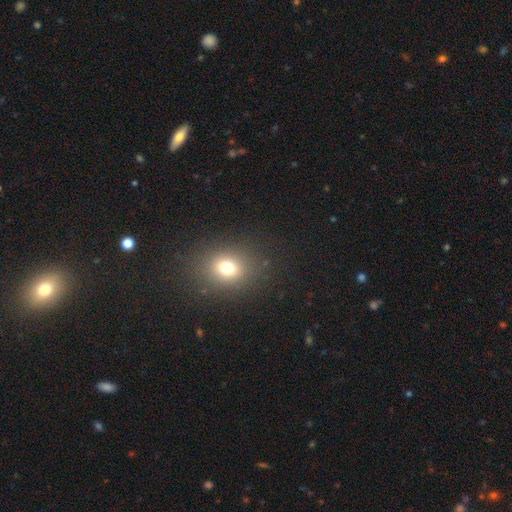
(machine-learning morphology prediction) Smooth or featured?
  - smooth: 65% *
  - star or artifact: 28%
  - featured or disk: 8%
How rounded?
  - round: 54% *
  - in between: 45%
  - cigar-shaped: 1%
Merging?
  - none: 89% *
  - minor disturbance: 7%
  - major disturbance: 2%
  - merger: 2%